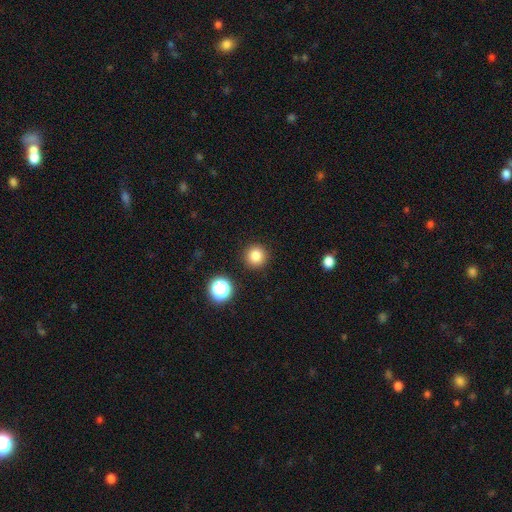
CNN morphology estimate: A smooth galaxy with no disk features (83%) that is round (95%). Merging: none (91%).